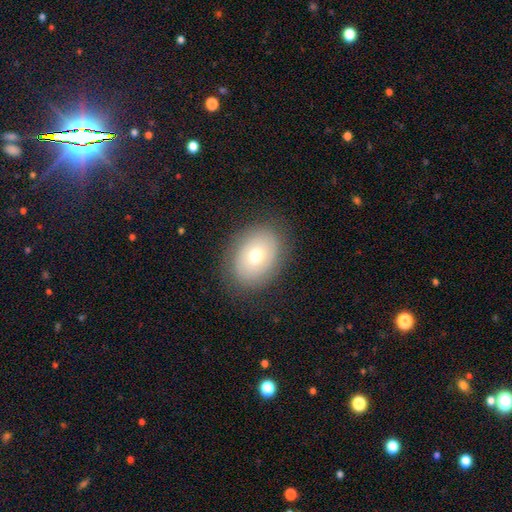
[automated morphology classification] Overall: smooth (62%; featured or disk 28%). How rounded: in between (66%; round 33%). Merging: none (83%).